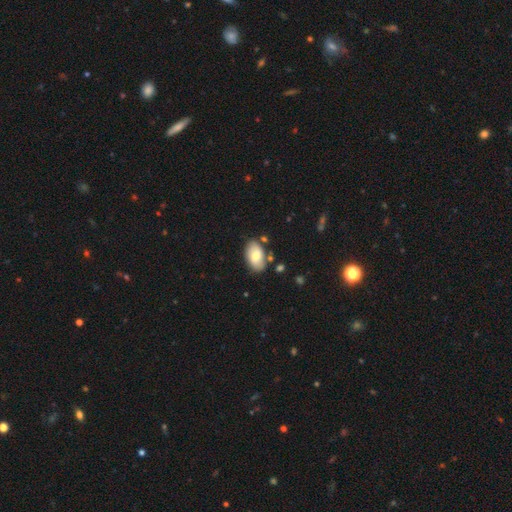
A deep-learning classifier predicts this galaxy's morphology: smooth_or_featured: smooth (p=0.70) [alt: featured or disk p=0.23]
how_rounded: in between (p=0.93) [alt: round p=0.05]
merging: none (p=0.77) [alt: minor disturbance p=0.15]